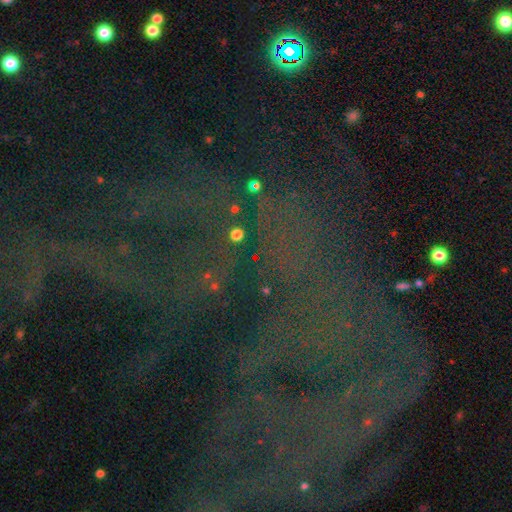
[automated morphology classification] Smooth or featured? Predicted: star or artifact (p=0.74).